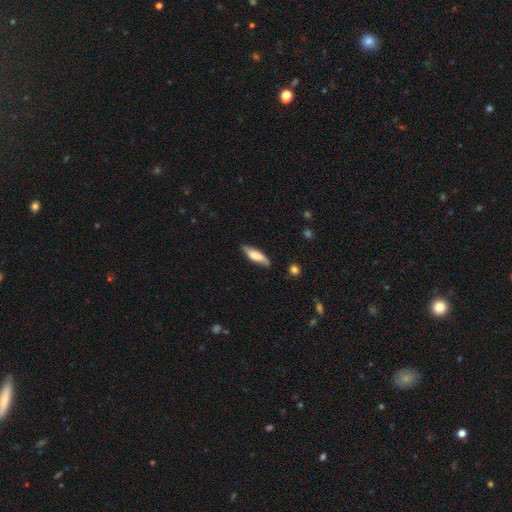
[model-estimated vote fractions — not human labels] Smooth or featured? smooth (64%)
How rounded? cigar-shaped (53%)
Merging? none (74%)